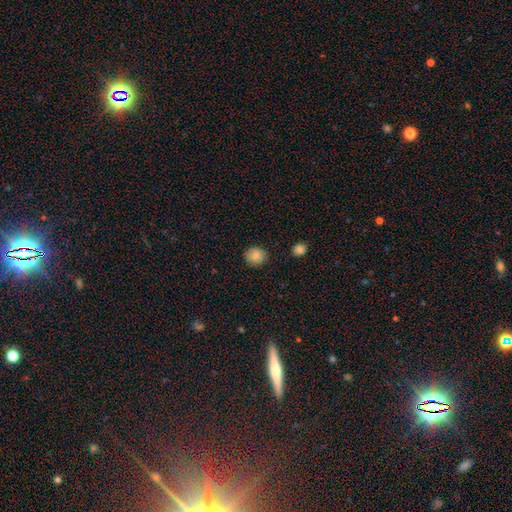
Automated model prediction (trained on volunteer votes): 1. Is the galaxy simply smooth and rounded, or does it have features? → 83% smooth, 9% star or artifact, 8% featured or disk.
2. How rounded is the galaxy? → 80% round, 19% in between, 1% cigar-shaped.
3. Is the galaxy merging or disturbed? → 85% none, 11% minor disturbance, 2% major disturbance, 2% merger.